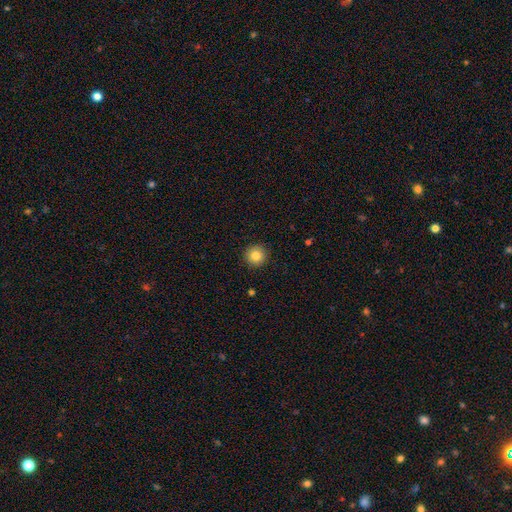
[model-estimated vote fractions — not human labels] Smooth or featured?
  - smooth: 84% *
  - star or artifact: 9%
  - featured or disk: 7%
How rounded?
  - round: 95% *
  - in between: 4%
  - cigar-shaped: 1%
Merging?
  - none: 92% *
  - minor disturbance: 6%
  - major disturbance: 2%
  - merger: 1%